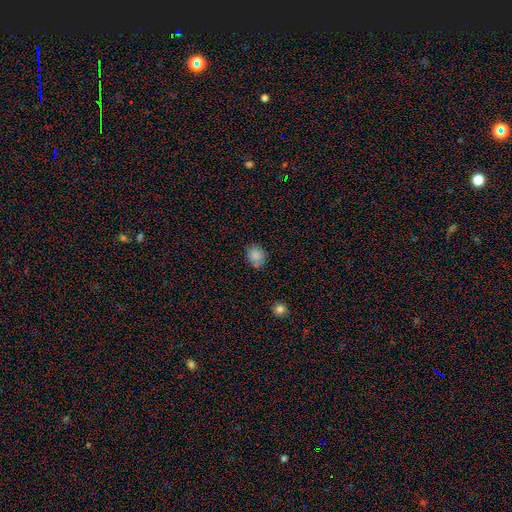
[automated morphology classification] smooth 84%, star or artifact 10%, featured or disk 6%. Down the decision tree: how rounded — round (57%); merging — none (76%).